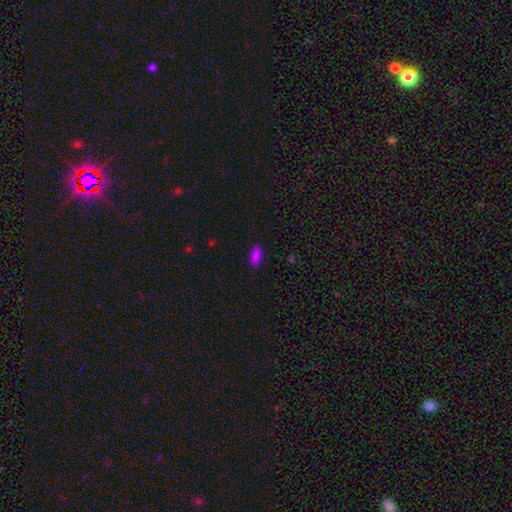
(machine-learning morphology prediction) Smooth or featured: smooth — 87% (star or artifact — 10%)
How rounded: in between — 89% (cigar-shaped — 8%)
Merging: none — 87% (minor disturbance — 9%)